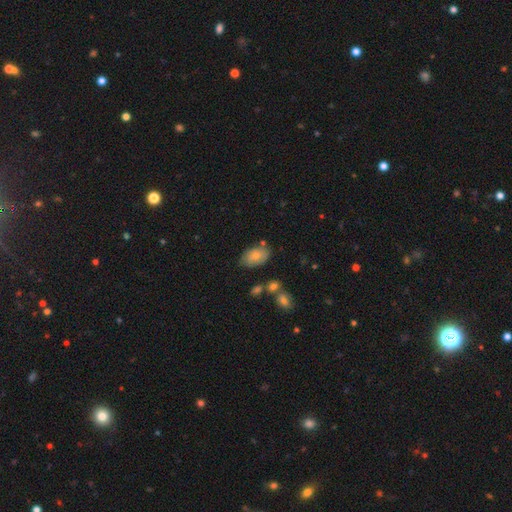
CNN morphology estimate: Smooth or featured: smooth — 79% (featured or disk — 14%)
How rounded: in between — 92% (round — 6%)
Merging: none — 73% (minor disturbance — 17%)